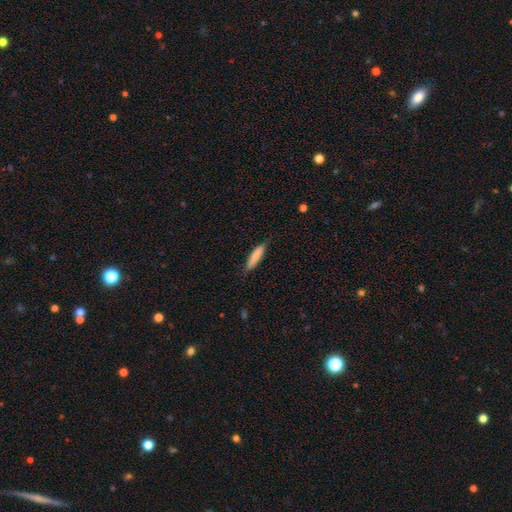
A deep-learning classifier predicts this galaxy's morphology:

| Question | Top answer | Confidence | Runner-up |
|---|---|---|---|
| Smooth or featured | smooth | 82% | featured or disk (13%) |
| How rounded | cigar-shaped | 80% | in between (18%) |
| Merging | none | 80% | minor disturbance (16%) |